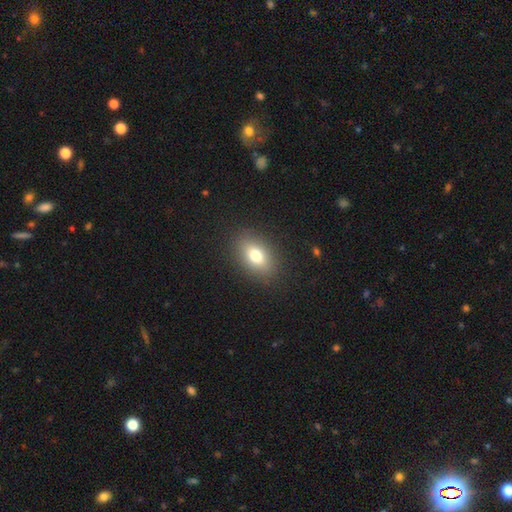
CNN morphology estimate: The model was most divided on "smooth or featured": smooth: 76%, featured or disk: 13%, star or artifact: 11%. More confident: merging — none (88%); how rounded — in between (82%).